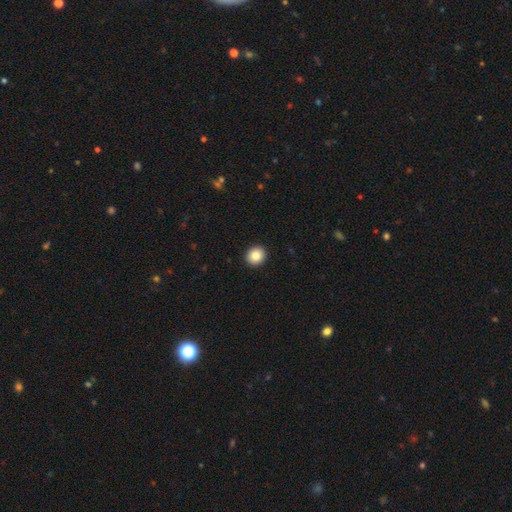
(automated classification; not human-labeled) This appears to be a smooth galaxy with no disk features (85%) that is round (85%). Merging: none (93%).